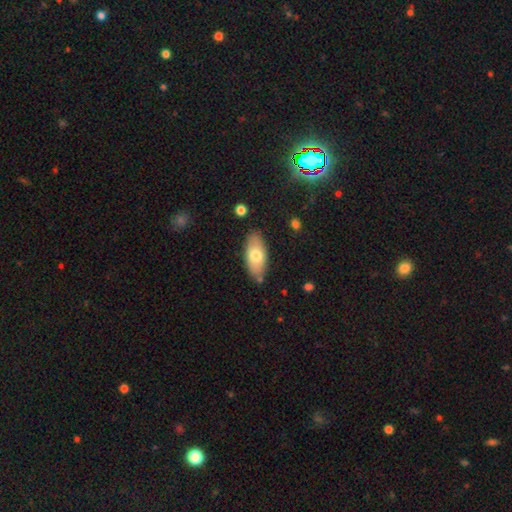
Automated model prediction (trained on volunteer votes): Q: Smooth or featured?
A: smooth (70%); runner-up: featured or disk (24%)
Q: How rounded?
A: in between (88%); runner-up: cigar-shaped (9%)
Q: Merging?
A: none (81%); runner-up: minor disturbance (13%)